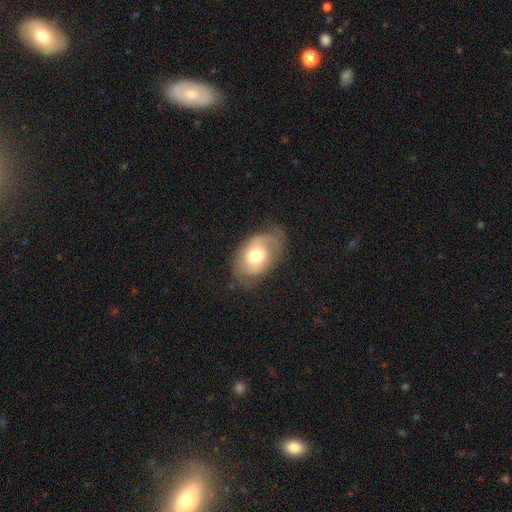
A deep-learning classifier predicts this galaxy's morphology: type=smooth (53%); roundness=in between (84%); merging=none (59%).